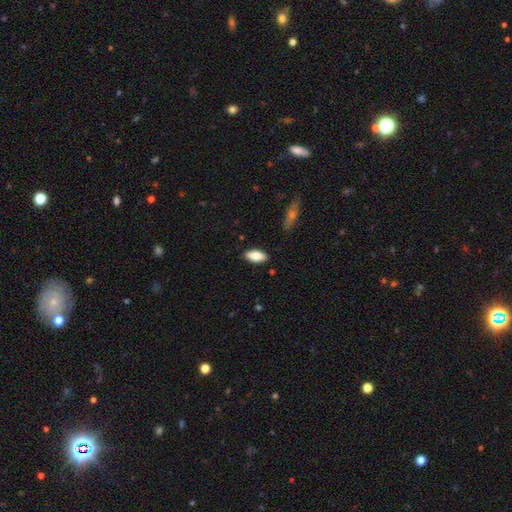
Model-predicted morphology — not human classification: The model was most divided on "smooth or featured": smooth: 82%, featured or disk: 12%, star or artifact: 6%. More confident: how rounded — in between (88%); merging — none (87%).